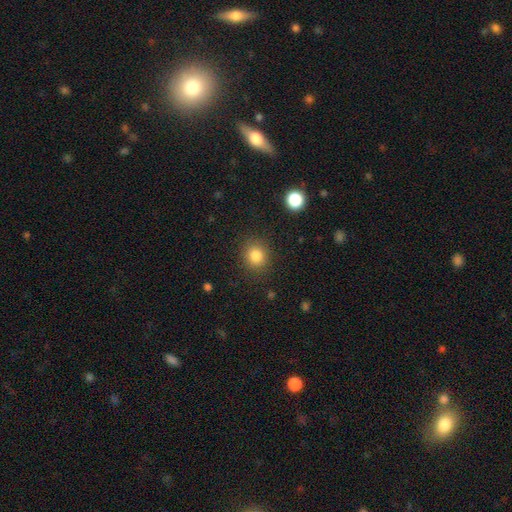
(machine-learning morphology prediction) This is clearly a smooth galaxy (83%). How rounded: clearly round (83%). Merging: clearly none (88%).